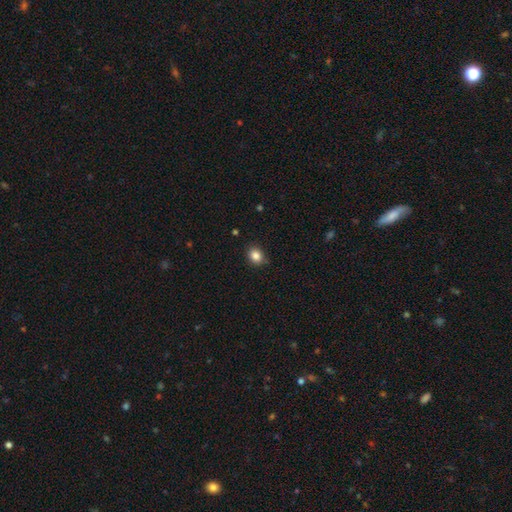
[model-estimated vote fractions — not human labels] Q: Smooth or featured?
A: smooth (85%); runner-up: star or artifact (10%)
Q: How rounded?
A: round (65%); runner-up: in between (34%)
Q: Merging?
A: none (84%); runner-up: minor disturbance (12%)